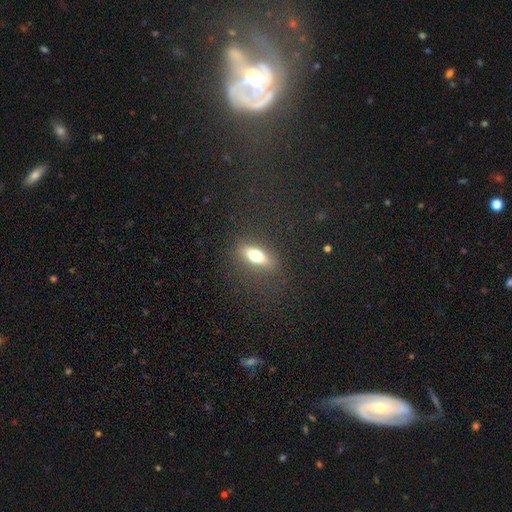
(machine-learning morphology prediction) A smooth galaxy with no disk features (66%) that is in between round and cigar-shaped (66%).

Vote fractions:
- Smooth or featured? smooth: 66% / featured or disk: 24% / star or artifact: 10%
- How rounded? in between: 66% / cigar-shaped: 28% / round: 6%
- Merging? none: 84% / minor disturbance: 11% / major disturbance: 4% / merger: 1%